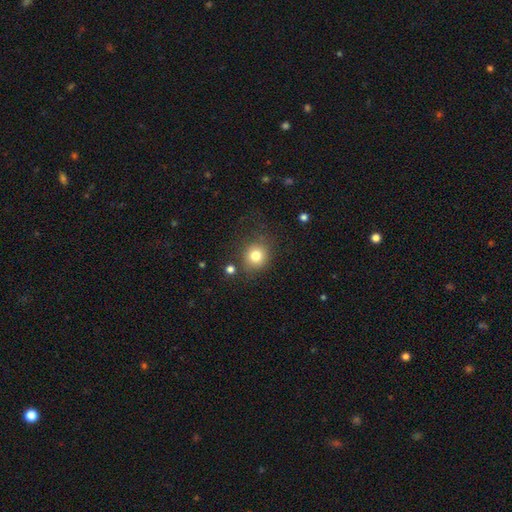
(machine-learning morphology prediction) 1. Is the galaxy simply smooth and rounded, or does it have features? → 80% smooth, 11% star or artifact, 9% featured or disk.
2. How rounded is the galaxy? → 81% round, 19% in between, 1% cigar-shaped.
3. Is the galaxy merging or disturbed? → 76% none, 14% minor disturbance, 6% major disturbance, 4% merger.